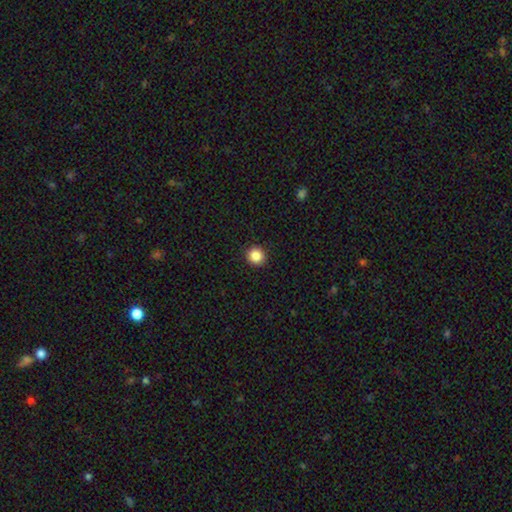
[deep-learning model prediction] Smooth or featured? smooth (87%)
How rounded? round (92%)
Merging? none (93%)